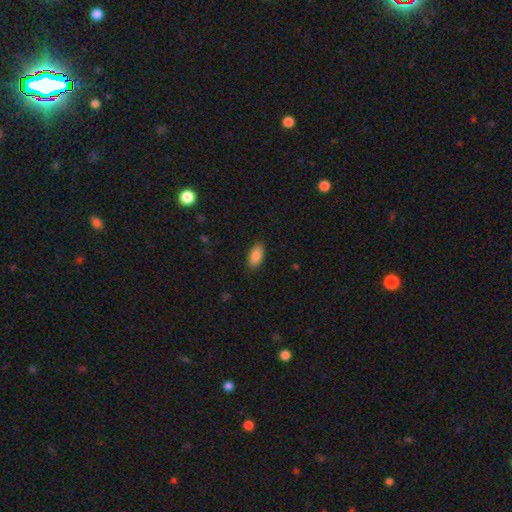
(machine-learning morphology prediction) The model was most divided on "merging": none: 87%, minor disturbance: 10%, major disturbance: 2%, merger: 1%. More confident: how rounded — in between (91%); smooth or featured — smooth (88%).